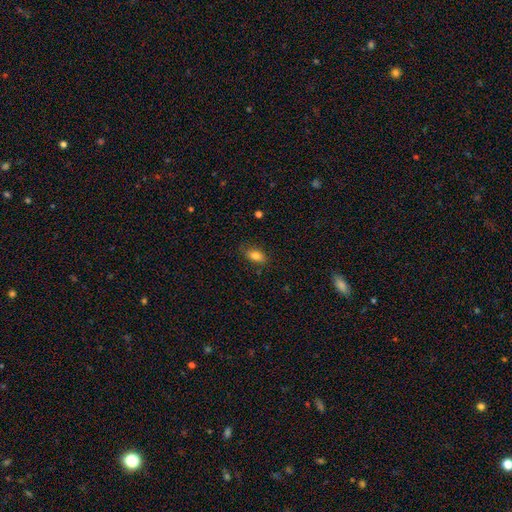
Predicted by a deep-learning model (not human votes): Smooth or featured: smooth — 82% (featured or disk — 9%)
How rounded: in between — 87% (cigar-shaped — 7%)
Merging: none — 81% (minor disturbance — 15%)